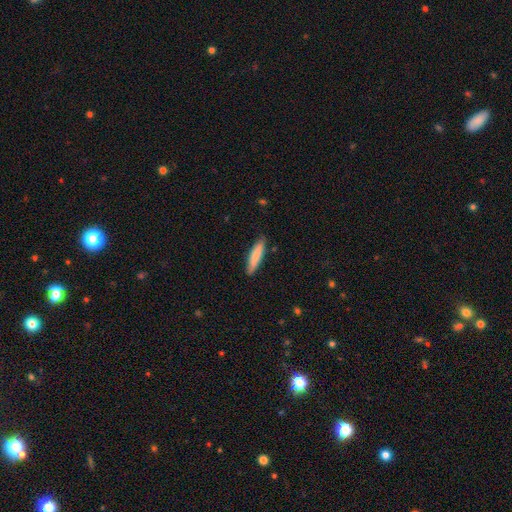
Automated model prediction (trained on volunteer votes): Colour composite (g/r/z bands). It shows a smooth galaxy with no disk features (81%) that is cigar-shaped (83%). Merging: none (86%).